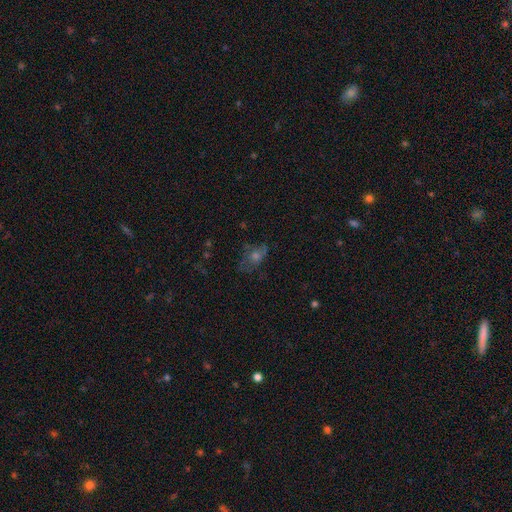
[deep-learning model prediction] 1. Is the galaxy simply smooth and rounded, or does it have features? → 38% smooth, 33% featured or disk, 29% star or artifact.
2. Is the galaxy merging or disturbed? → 61% none, 21% minor disturbance, 15% major disturbance, 3% merger.